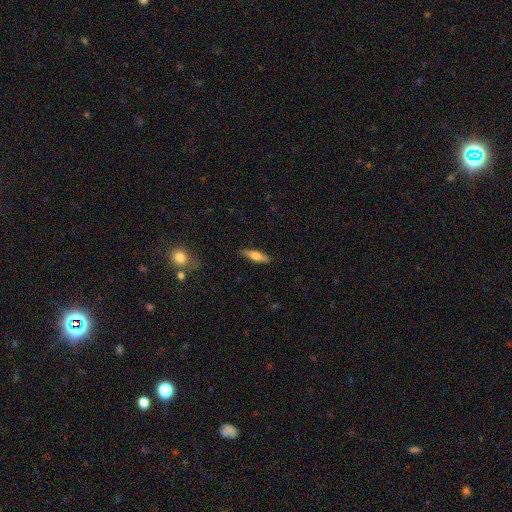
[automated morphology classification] A smooth galaxy with no disk features (56%) that is cigar-shaped (67%). Merging: none (88%).